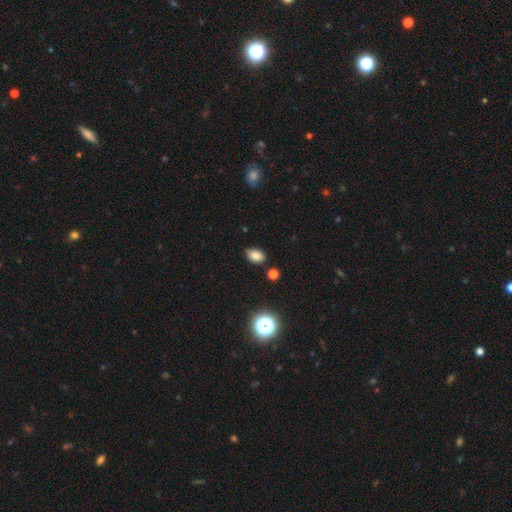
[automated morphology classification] The model was most divided on "smooth or featured": smooth: 82%, star or artifact: 12%, featured or disk: 6%. More confident: how rounded — in between (85%); merging — none (83%).